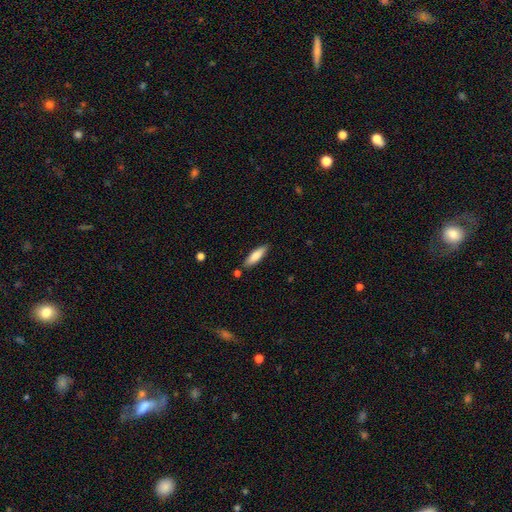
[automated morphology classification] A smooth galaxy with no disk features (78%) that is cigar-shaped (53%). Merging: none (84%).